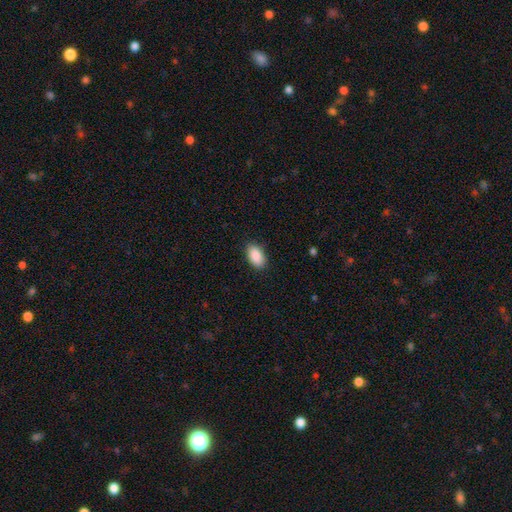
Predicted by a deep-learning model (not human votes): The model was most divided on "merging": none: 88%, minor disturbance: 9%, major disturbance: 2%, merger: 1%. More confident: how rounded — in between (94%); smooth or featured — smooth (90%).